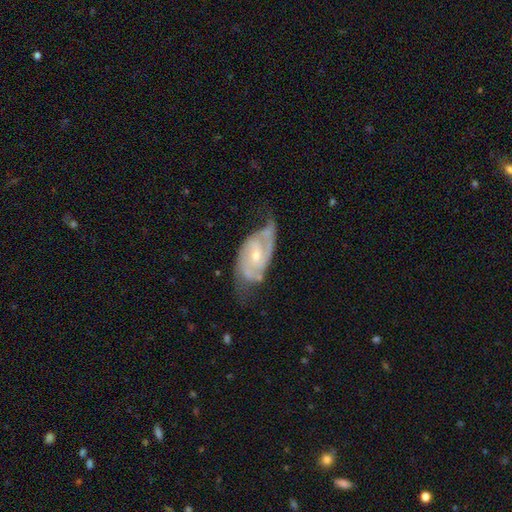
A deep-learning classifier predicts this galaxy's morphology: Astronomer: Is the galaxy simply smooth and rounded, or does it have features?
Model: featured or disk — 86%.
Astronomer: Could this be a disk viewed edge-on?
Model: no — 96%.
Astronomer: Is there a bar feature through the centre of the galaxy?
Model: weak — 46% (runner-up: no, 42%).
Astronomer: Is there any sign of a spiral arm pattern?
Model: yes — 95%.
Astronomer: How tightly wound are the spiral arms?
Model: medium — 48% (runner-up: tight, 35%).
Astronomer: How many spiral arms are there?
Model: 2 — 81%.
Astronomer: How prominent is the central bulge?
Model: small — 54% (runner-up: moderate, 41%).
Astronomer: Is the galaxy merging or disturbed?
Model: none — 54%.